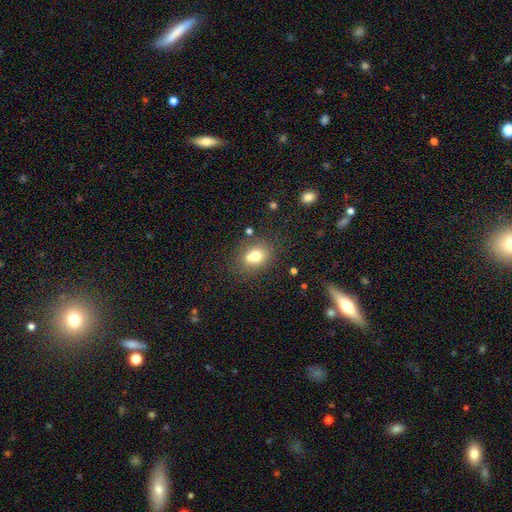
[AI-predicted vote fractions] Overall: smooth (70%). How rounded: round (55%; in between 44%). Merging: none (51%; merger 33%).